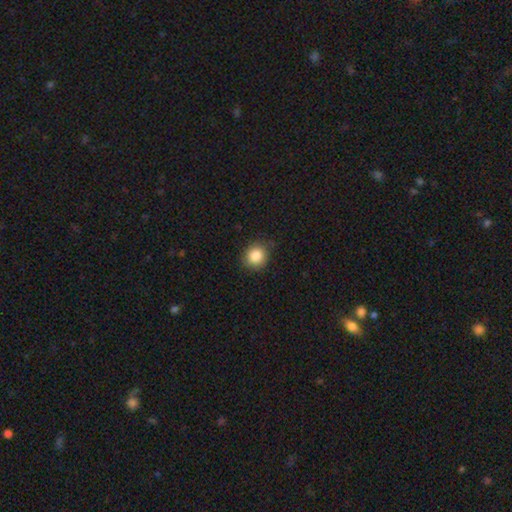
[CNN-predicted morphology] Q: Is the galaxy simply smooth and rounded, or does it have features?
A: smooth — 86%.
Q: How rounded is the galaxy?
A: round — 83%.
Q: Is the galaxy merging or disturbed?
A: none — 84%.